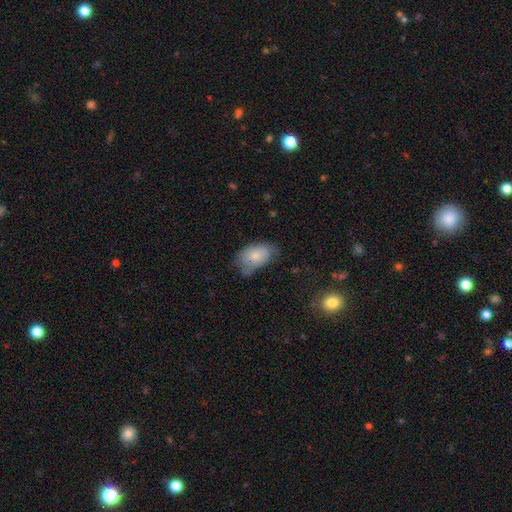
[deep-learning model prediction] This appears to be a smooth galaxy with no disk features (71%) that is in between round and cigar-shaped (91%). Merging: none (49%).